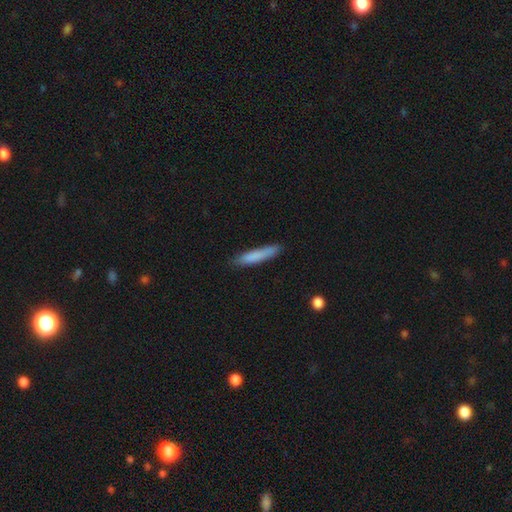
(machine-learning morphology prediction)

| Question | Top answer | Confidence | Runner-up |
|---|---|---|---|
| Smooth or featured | smooth | 80% | featured or disk (13%) |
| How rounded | cigar-shaped | 90% | in between (9%) |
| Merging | none | 82% | minor disturbance (14%) |